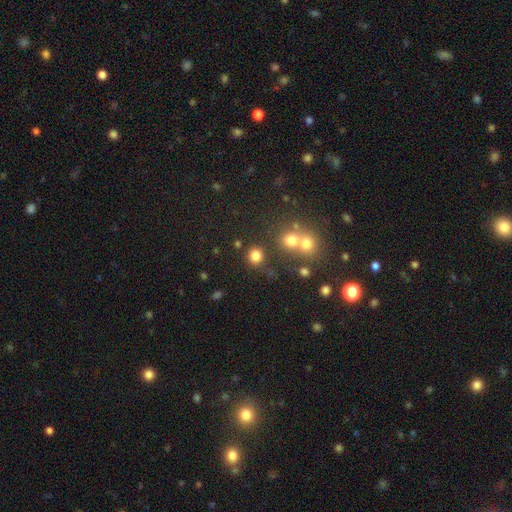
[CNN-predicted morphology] smooth 80%, star or artifact 15%, featured or disk 5%. Down the decision tree: how rounded — round (87%); merging — none (77%).